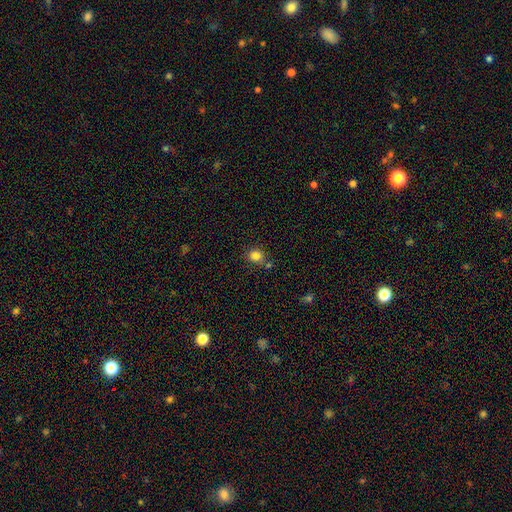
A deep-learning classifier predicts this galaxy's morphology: smooth 83%, star or artifact 12%, featured or disk 5%. Down the decision tree: how rounded — round (74%); merging — none (74%).